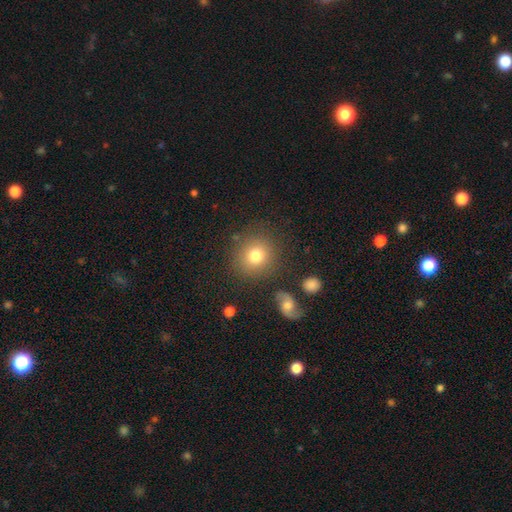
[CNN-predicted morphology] type=smooth (77%); roundness=round (86%); merging=none (83%).